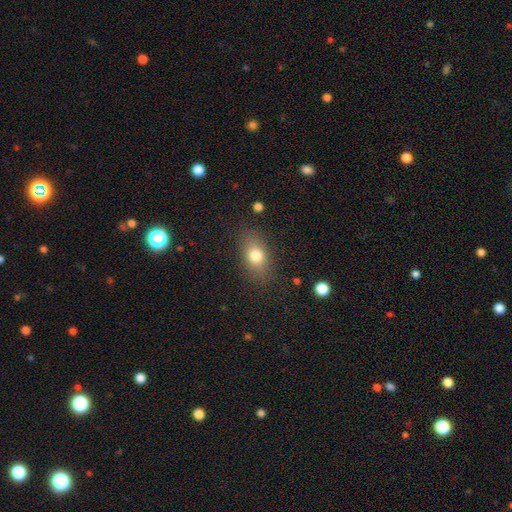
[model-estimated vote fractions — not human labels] Q: Smooth or featured?
A: smooth (78%); runner-up: featured or disk (12%)
Q: How rounded?
A: in between (80%); runner-up: round (16%)
Q: Merging?
A: none (82%); runner-up: minor disturbance (12%)